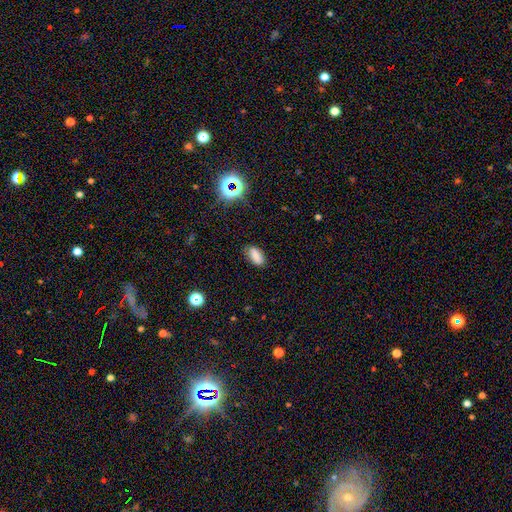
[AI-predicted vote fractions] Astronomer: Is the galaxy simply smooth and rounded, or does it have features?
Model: smooth — 76%.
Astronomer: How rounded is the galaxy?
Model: in between — 90%.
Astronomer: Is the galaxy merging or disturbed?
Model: none — 82%.